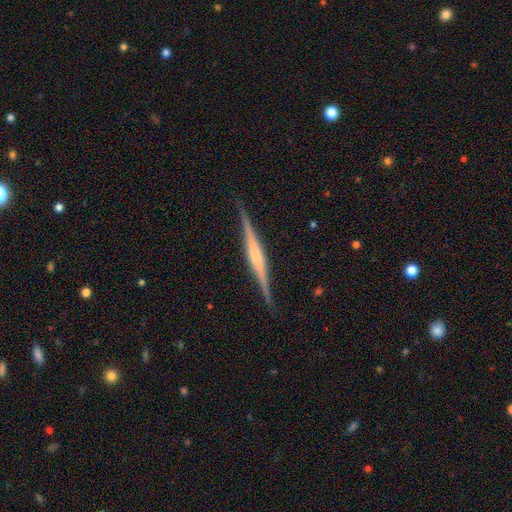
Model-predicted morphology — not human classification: smooth_or_featured: featured or disk (p=0.78) [alt: smooth p=0.17]
disk_edge_on: yes (p=0.98) [alt: no p=0.02]
edge_on_bulge: rounded (p=0.43) [alt: boxy p=0.36]
merging: none (p=0.89) [alt: minor disturbance p=0.08]